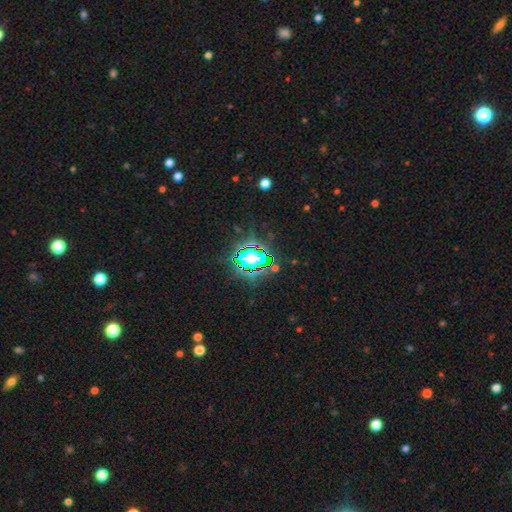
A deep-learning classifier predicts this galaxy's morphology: Smooth or featured: star or artifact — 69% (smooth — 19%)